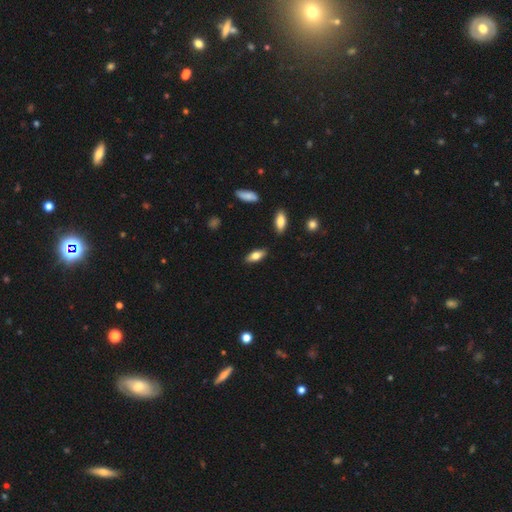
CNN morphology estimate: Smooth or featured?
  - smooth: 73% *
  - featured or disk: 21%
  - star or artifact: 7%
How rounded?
  - in between: 80% *
  - cigar-shaped: 18%
  - round: 2%
Merging?
  - none: 85% *
  - minor disturbance: 11%
  - major disturbance: 2%
  - merger: 2%